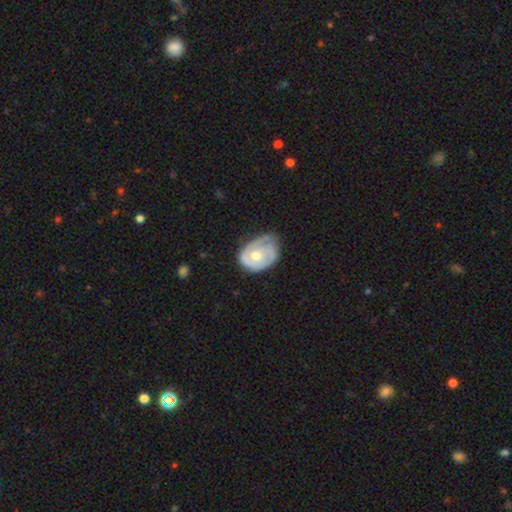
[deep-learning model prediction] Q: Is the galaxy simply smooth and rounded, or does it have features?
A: featured or disk — 69%.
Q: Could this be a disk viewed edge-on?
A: no — 97%.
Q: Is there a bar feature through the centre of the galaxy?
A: no — 81%.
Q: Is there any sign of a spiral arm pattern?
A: yes — 77%.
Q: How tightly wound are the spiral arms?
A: tight — 62%.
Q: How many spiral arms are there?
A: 1 — 31%, tied with 2.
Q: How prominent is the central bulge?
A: moderate — 70%.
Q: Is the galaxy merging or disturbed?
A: none — 43%.